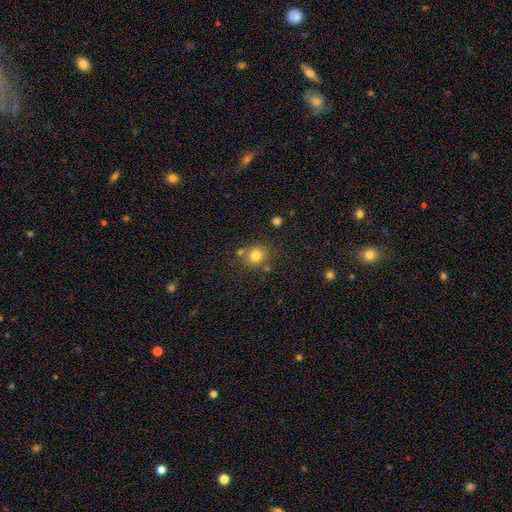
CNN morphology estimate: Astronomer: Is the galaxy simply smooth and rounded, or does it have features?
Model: smooth — 79%.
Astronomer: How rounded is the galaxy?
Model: round — 75%.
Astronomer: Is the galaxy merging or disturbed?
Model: none — 72%.